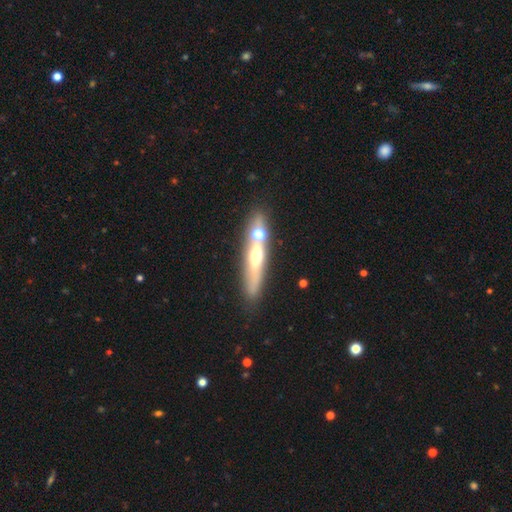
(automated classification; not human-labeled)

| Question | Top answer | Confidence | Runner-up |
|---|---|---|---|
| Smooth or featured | featured or disk | 58% | smooth (32%) |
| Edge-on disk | yes | 74% | no (26%) |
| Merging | none | 62% | merger (22%) |